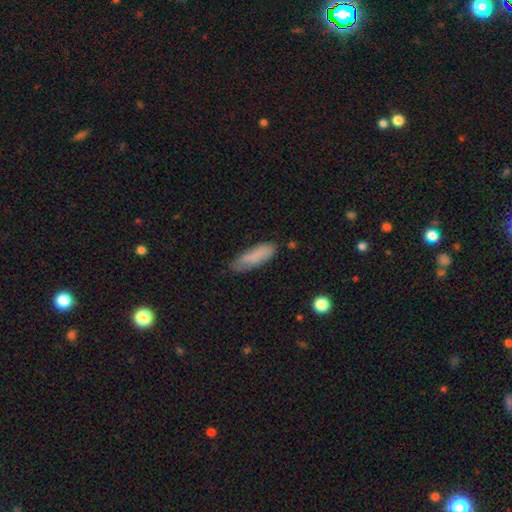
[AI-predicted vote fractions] smooth_or_featured: smooth (p=0.83) [alt: featured or disk p=0.10]
how_rounded: cigar-shaped (p=0.53) [alt: in between p=0.45]
merging: none (p=0.70) [alt: minor disturbance p=0.22]